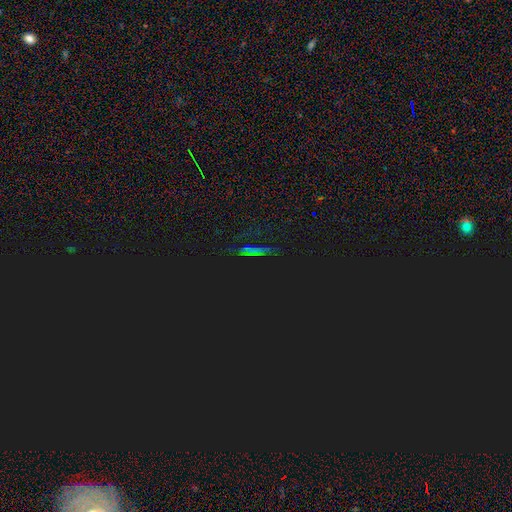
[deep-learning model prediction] Smooth or featured: star or artifact — 71% (smooth — 18%)